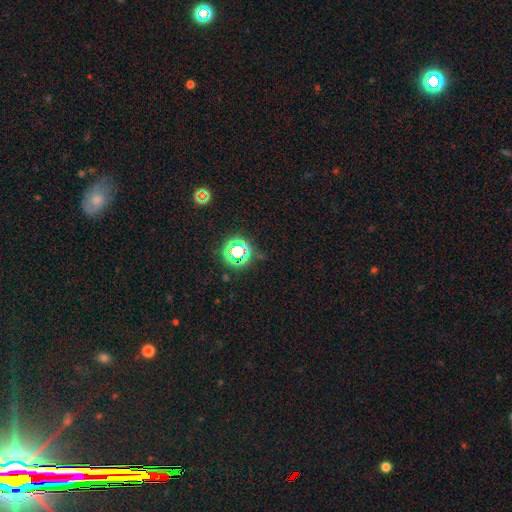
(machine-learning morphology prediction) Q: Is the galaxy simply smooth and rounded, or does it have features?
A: star or artifact — 77%.